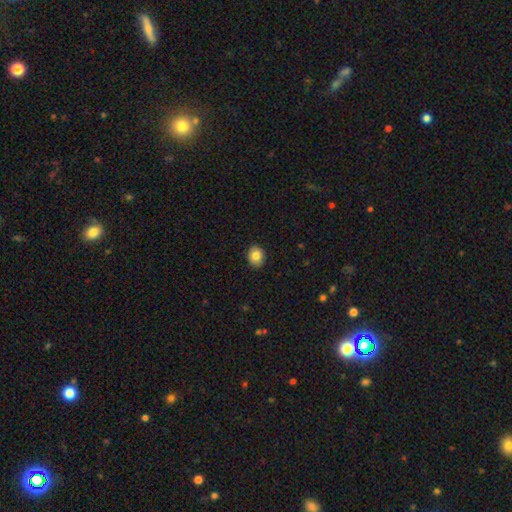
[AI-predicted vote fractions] Smooth or featured? smooth (84%)
How rounded? round (56%)
Merging? none (90%)